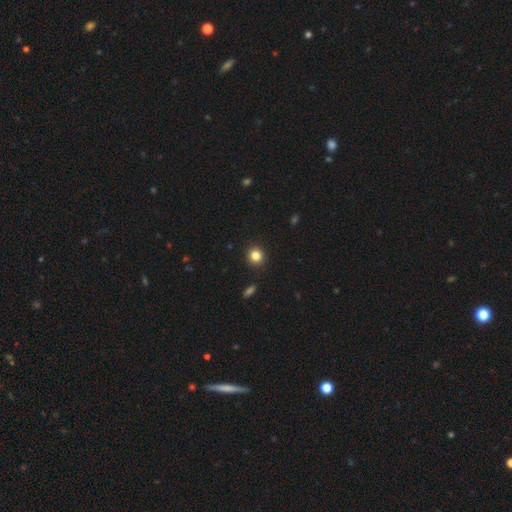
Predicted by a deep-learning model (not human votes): This appears to be a smooth galaxy with no disk features (83%) that is round (90%). Merging: none (92%).